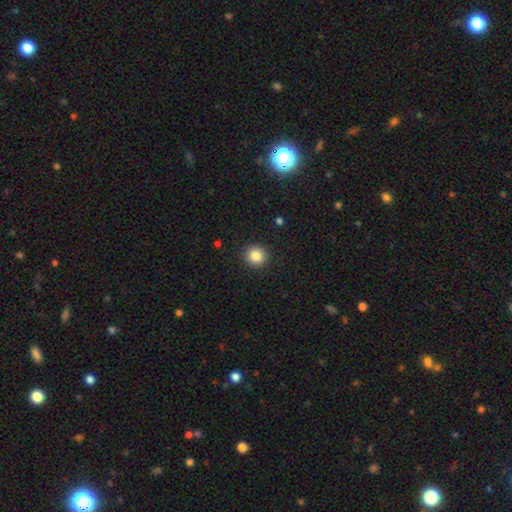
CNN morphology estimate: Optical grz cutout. It shows a smooth galaxy with no disk features (84%) that is round (94%). Merging: none (92%).